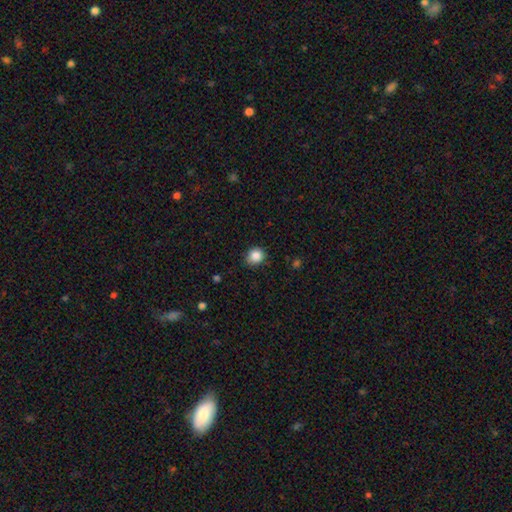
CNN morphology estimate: The model was most divided on "how rounded": round: 79%, in between: 20%, cigar-shaped: 1%. More confident: smooth or featured — smooth (86%); merging — none (80%).